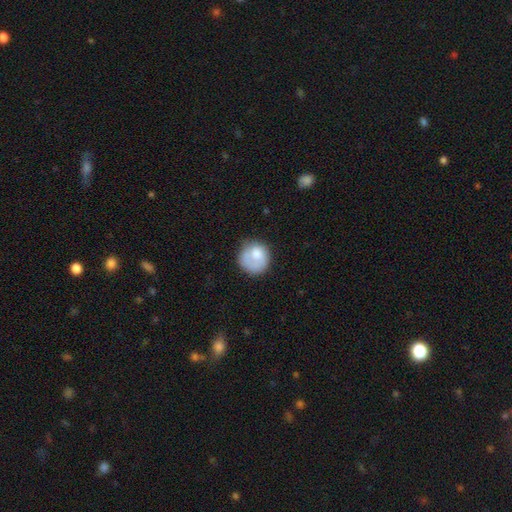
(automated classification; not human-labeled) This appears to be a smooth galaxy with no disk features (72%) that is round (81%). Merging: none (56%).